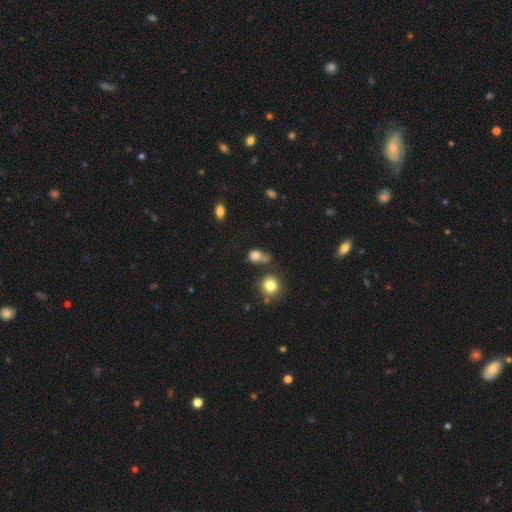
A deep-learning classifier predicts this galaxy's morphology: Smooth or featured? smooth (79%)
How rounded? in between (52%)
Merging? none (40%)